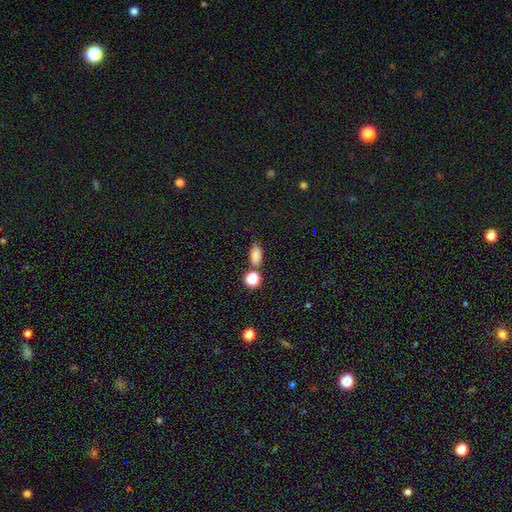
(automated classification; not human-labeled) A smooth galaxy with no disk features (80%) that is in between round and cigar-shaped (84%).

Vote fractions:
- Smooth or featured? smooth: 80% / star or artifact: 14% / featured or disk: 6%
- How rounded? in between: 84% / round: 11% / cigar-shaped: 5%
- Merging? none: 66% / minor disturbance: 15% / merger: 14% / major disturbance: 4%